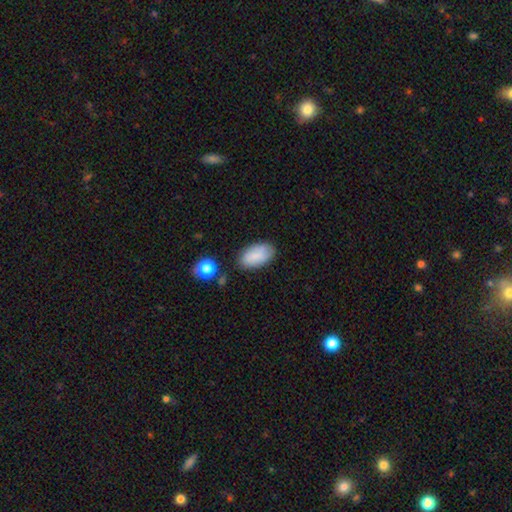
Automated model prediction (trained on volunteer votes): Overall: smooth (83%). How rounded: in between (94%). Merging: none (77%).